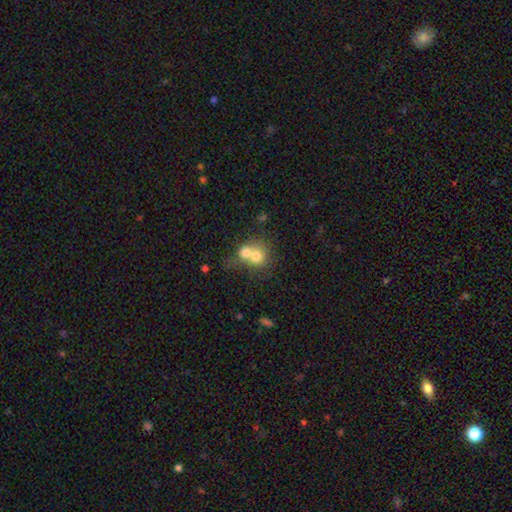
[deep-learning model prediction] Morphology: type=smooth (69%); roundness=round (76%); merging=merger (70%).